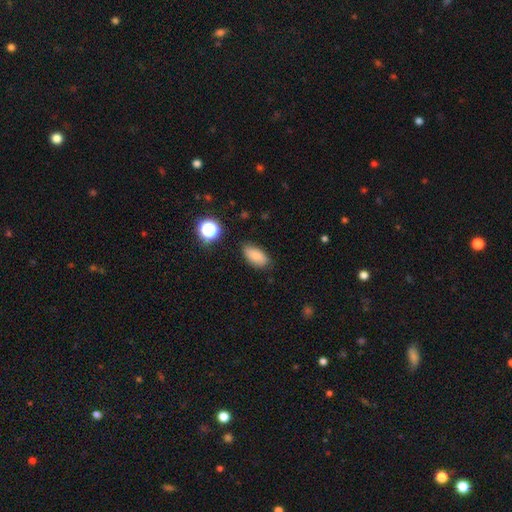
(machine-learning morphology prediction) The model was most divided on "merging": none: 80%, minor disturbance: 15%, major disturbance: 3%, merger: 2%. More confident: how rounded — in between (90%); smooth or featured — smooth (82%).